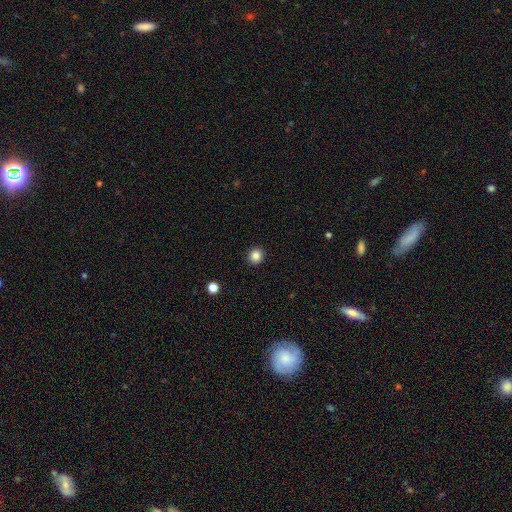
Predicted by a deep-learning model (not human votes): This is clearly a smooth galaxy (85%). How rounded: clearly round (89%). Merging: clearly none (93%).